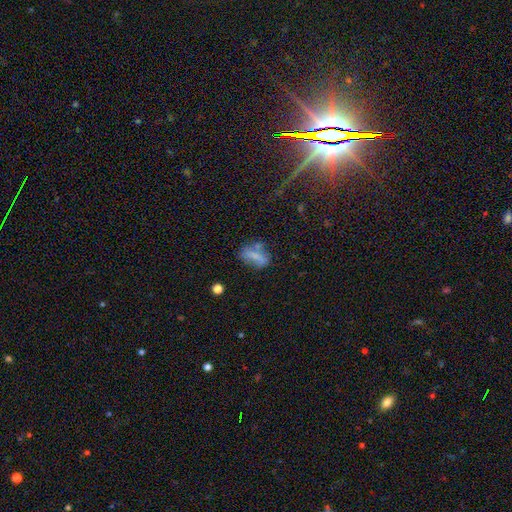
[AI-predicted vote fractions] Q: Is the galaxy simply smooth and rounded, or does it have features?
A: smooth — 62%.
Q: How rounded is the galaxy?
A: in between — 70%.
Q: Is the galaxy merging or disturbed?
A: none — 47%.